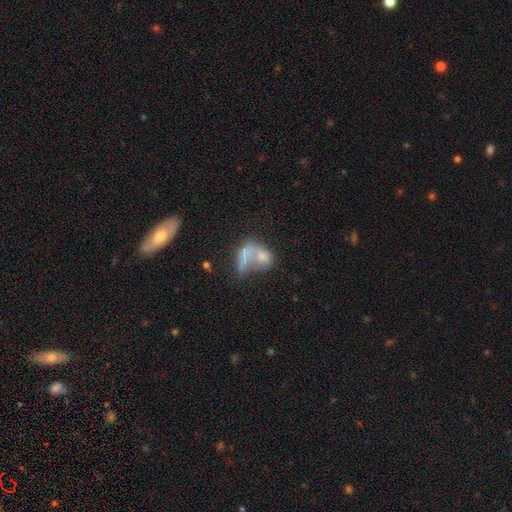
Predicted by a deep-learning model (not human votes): Smooth or featured: smooth — 54% (featured or disk — 33%)
How rounded: in between — 70% (round — 25%)
Merging: merger — 56% (none — 19%)